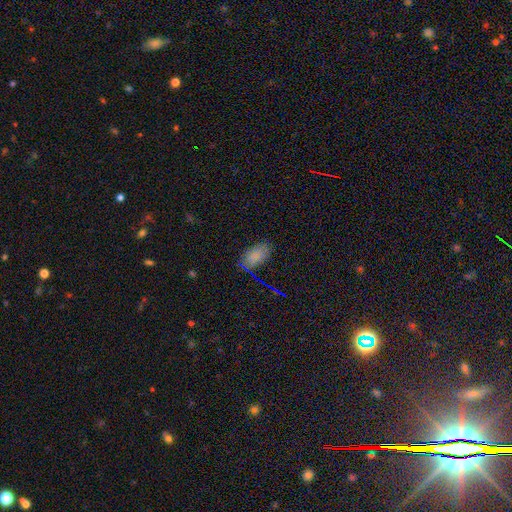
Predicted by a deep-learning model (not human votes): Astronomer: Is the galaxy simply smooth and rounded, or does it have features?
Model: smooth — 75%.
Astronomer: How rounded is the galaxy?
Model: in between — 93%.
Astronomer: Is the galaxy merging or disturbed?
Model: none — 80%.